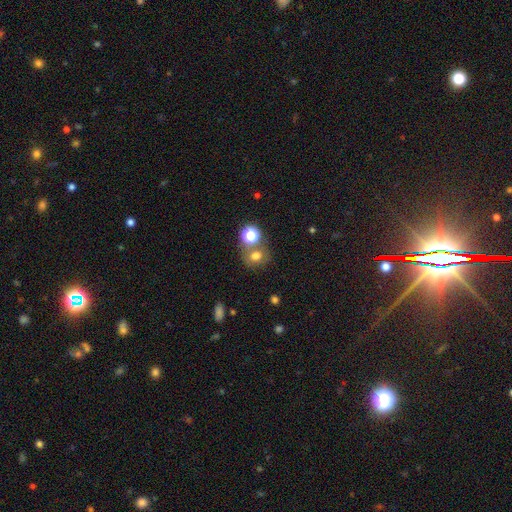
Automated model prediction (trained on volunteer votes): This appears to be a smooth galaxy with no disk features (64%) that is round (73%). Merging: none (56%).